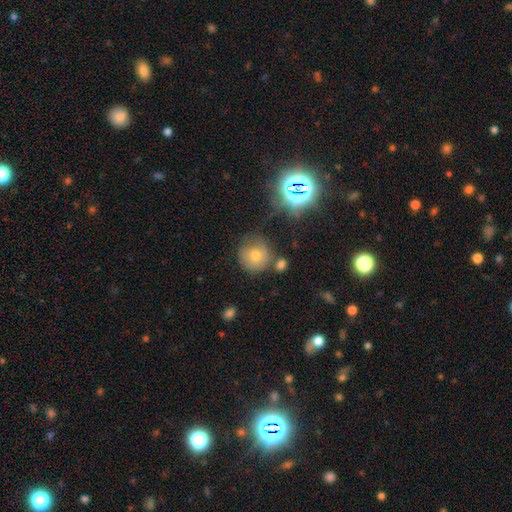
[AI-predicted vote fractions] smooth_or_featured: smooth (p=0.57) [alt: star or artifact p=0.22]
how_rounded: round (p=0.89) [alt: in between p=0.10]
merging: none (p=0.64) [alt: minor disturbance p=0.20]